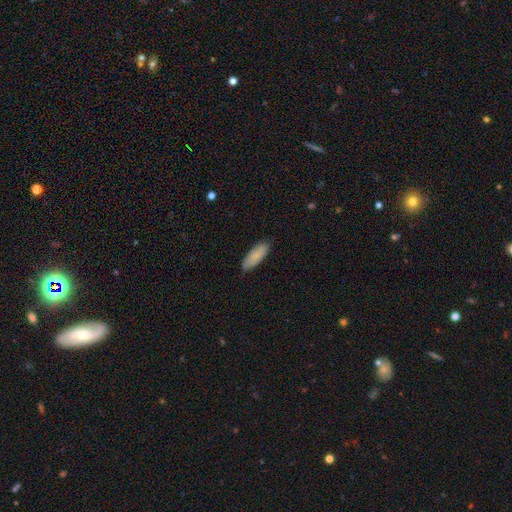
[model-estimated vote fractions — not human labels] A smooth galaxy with no disk features (84%) that is in between round and cigar-shaped (69%).

Vote fractions:
- Smooth or featured? smooth: 84% / featured or disk: 10% / star or artifact: 6%
- How rounded? in between: 69% / cigar-shaped: 29% / round: 2%
- Merging? none: 82% / minor disturbance: 15% / major disturbance: 2% / merger: 1%